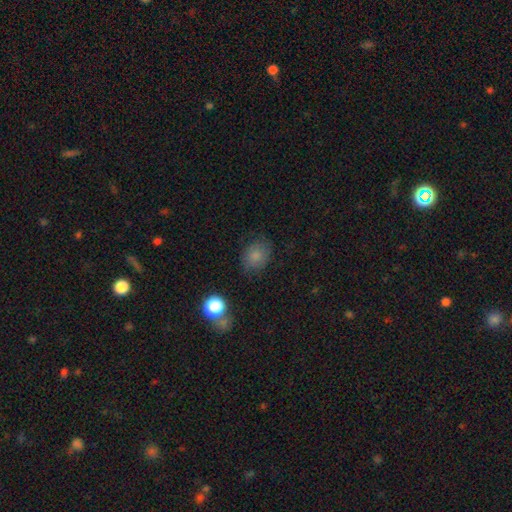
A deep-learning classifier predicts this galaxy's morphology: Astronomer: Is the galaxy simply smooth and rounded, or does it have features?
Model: smooth — 81%.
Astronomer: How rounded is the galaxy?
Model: round — 51% (runner-up: in between, 48%).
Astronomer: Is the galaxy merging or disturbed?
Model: none — 76%.